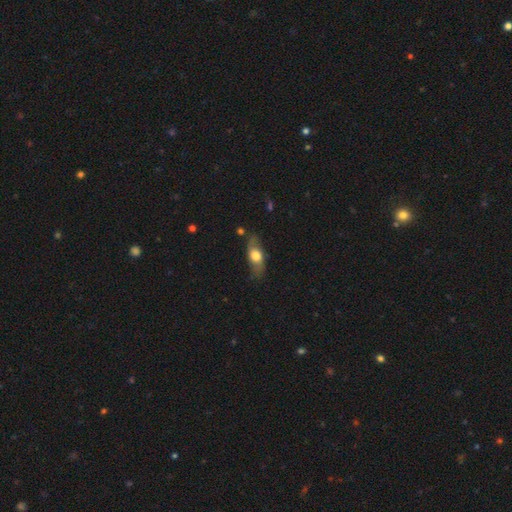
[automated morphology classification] smooth-or-featured: smooth: 51% | featured or disk: 42% | star or artifact: 7%
  how-rounded: in between: 71% | cigar-shaped: 18% | round: 10%
  merging: none: 69% | minor disturbance: 21% | major disturbance: 7% | merger: 3%